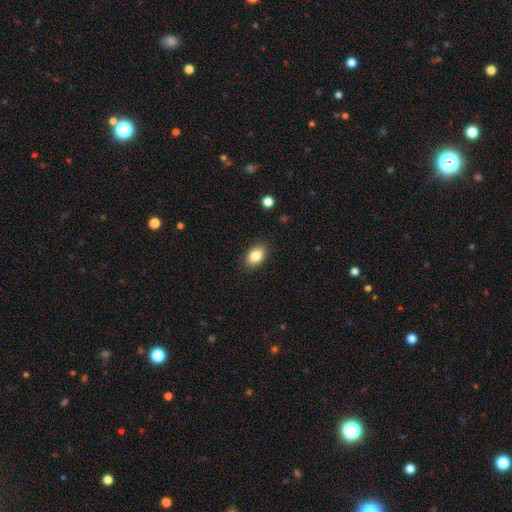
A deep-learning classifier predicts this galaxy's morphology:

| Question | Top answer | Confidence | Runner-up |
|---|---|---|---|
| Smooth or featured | smooth | 85% | star or artifact (8%) |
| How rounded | in between | 85% | round (14%) |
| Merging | none | 87% | minor disturbance (10%) |